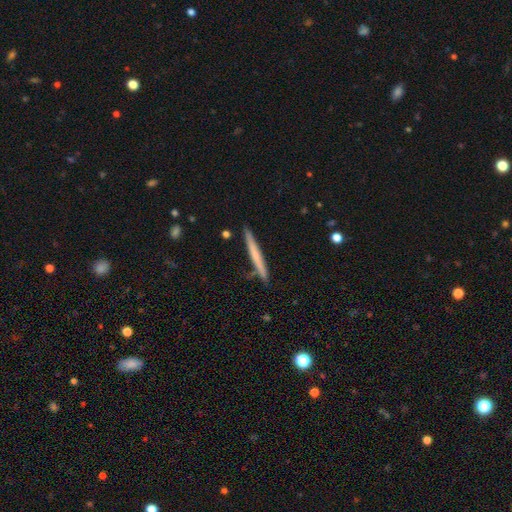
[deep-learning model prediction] This is possibly a smooth galaxy (51%). How rounded: clearly cigar-shaped (97%). Merging: clearly none (87%).